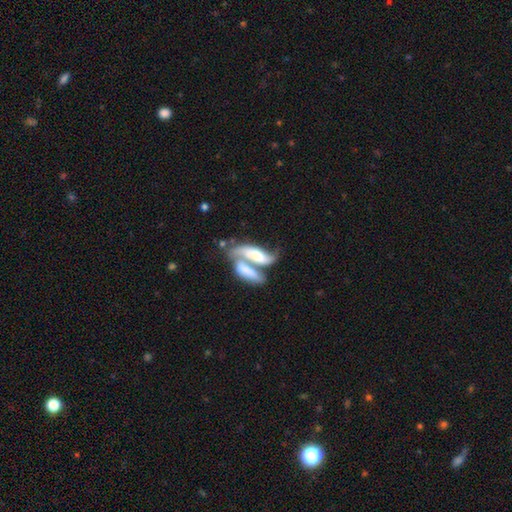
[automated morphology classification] Smooth or featured? Predicted: smooth (p=0.48). Merging? Predicted: merger (p=0.73).